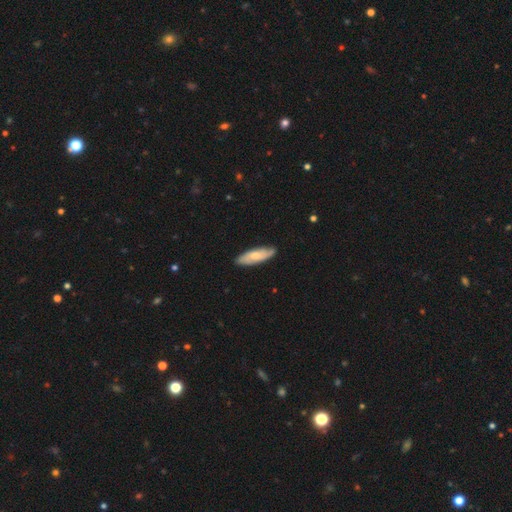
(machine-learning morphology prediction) type=smooth (55%); roundness=cigar-shaped (51%); merging=none (82%).